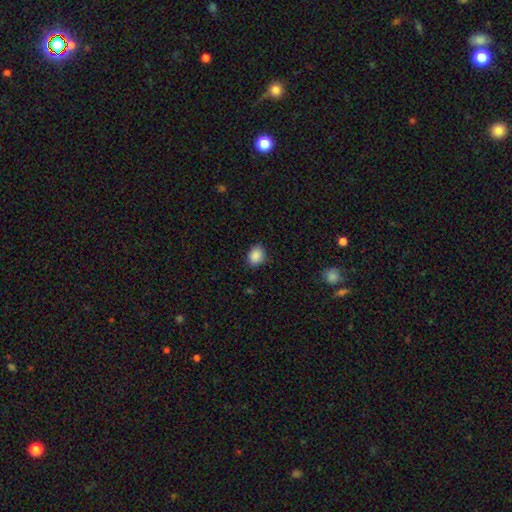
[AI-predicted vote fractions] This appears to be a smooth galaxy with no disk features (88%) that is round (52%). Merging: none (84%).